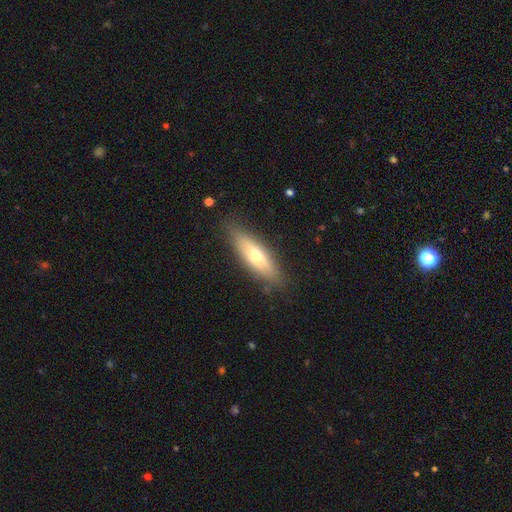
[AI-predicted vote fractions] Smooth or featured: smooth — 54% (featured or disk — 40%)
How rounded: cigar-shaped — 55% (in between — 43%)
Merging: none — 83% (minor disturbance — 13%)